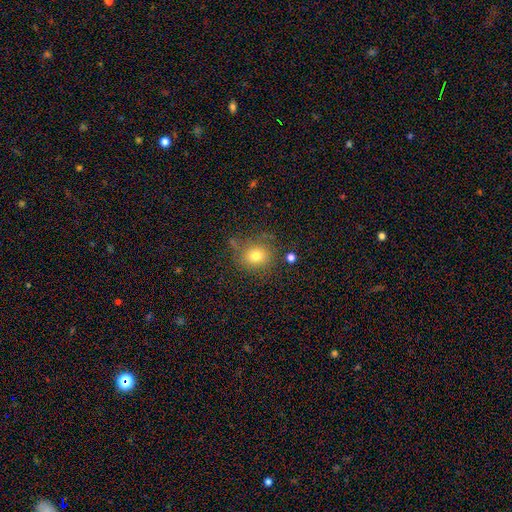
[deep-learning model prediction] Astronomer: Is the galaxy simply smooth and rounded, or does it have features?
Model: smooth — 76%.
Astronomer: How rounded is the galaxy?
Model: round — 78%.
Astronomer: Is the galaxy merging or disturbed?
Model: none — 75%.